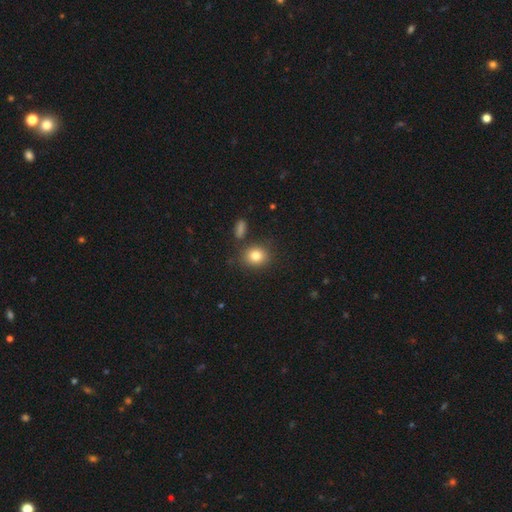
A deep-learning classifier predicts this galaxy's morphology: A smooth galaxy with no disk features (82%) that is round (70%). Merging: none (81%).